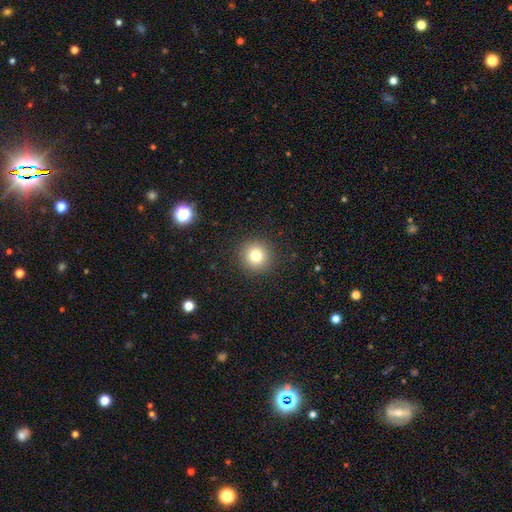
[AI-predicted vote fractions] This appears to be a smooth galaxy with no disk features (79%) that is round (94%). Merging: none (91%).